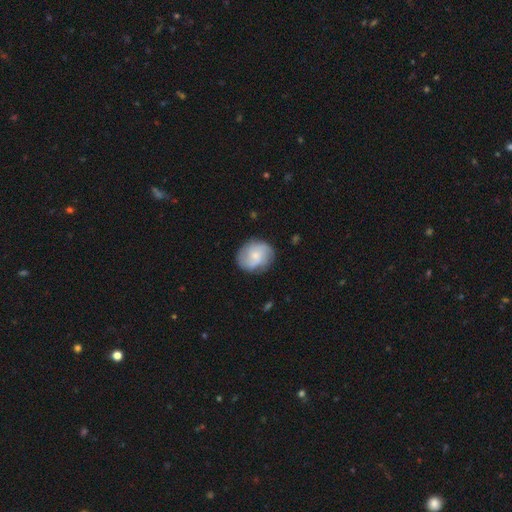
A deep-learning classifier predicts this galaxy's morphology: This appears to be a featured or disk galaxy (59%) with no bar (65%), 2 (43%) medium (45%) spiral arms (90%) and a small central bulge (60%). Merging: none (79%).